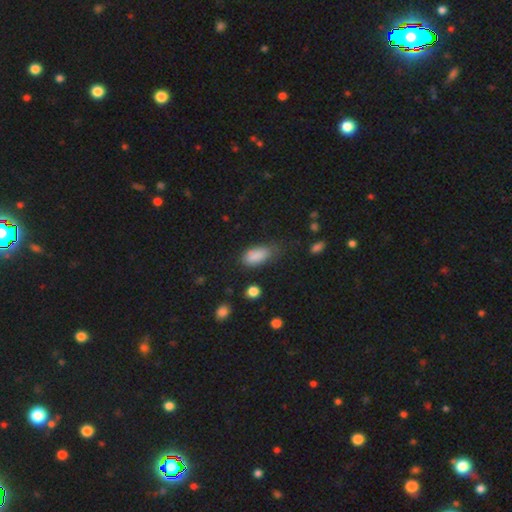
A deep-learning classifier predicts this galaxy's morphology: Smooth or featured?
  - smooth: 86% *
  - star or artifact: 8%
  - featured or disk: 6%
How rounded?
  - in between: 90% *
  - cigar-shaped: 7%
  - round: 4%
Merging?
  - none: 51% *
  - minor disturbance: 33%
  - major disturbance: 13%
  - merger: 3%